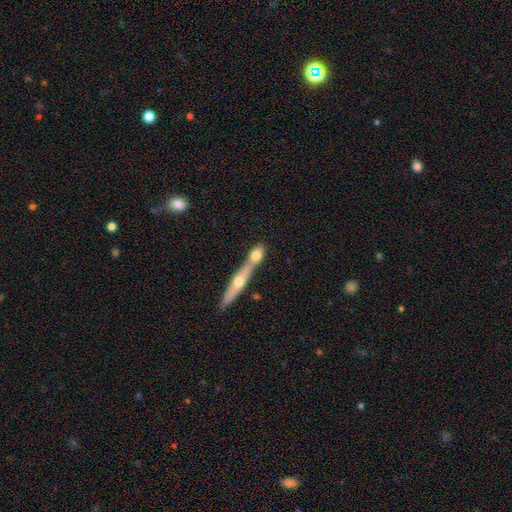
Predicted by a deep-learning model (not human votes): smooth-or-featured: smooth: 60% | featured or disk: 32% | star or artifact: 7%
  how-rounded: cigar-shaped: 41% | in between: 40% | round: 19%
  merging: merger: 49% | none: 39% | minor disturbance: 9% | major disturbance: 4%